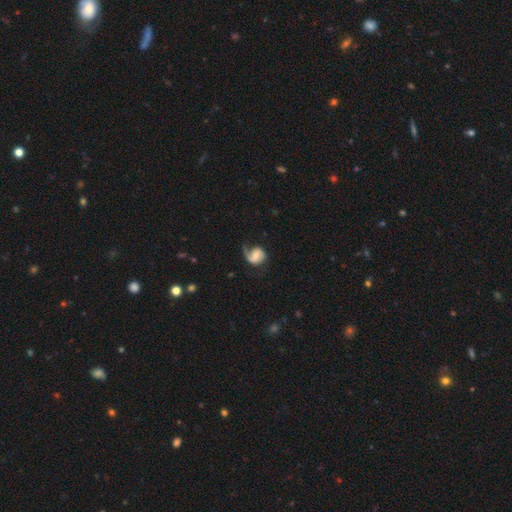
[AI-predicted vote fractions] The model was most divided on "spiral winding": loose: 41%, medium: 38%, tight: 21%. Remaining: edge-on disk — no (98%); spiral arms — yes (92%); smooth or featured — featured or disk (68%); bar — no (52%); spiral arm count — 1 (50%); bulge size — moderate (48%); merging — none (48%).